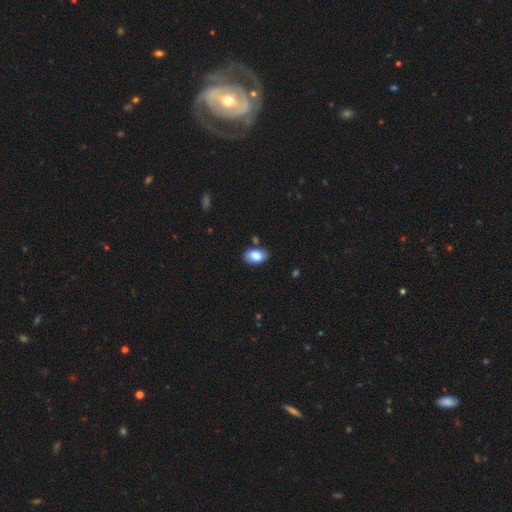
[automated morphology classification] This is clearly a smooth galaxy (86%). How rounded: clearly in between (91%). Merging: clearly none (83%).